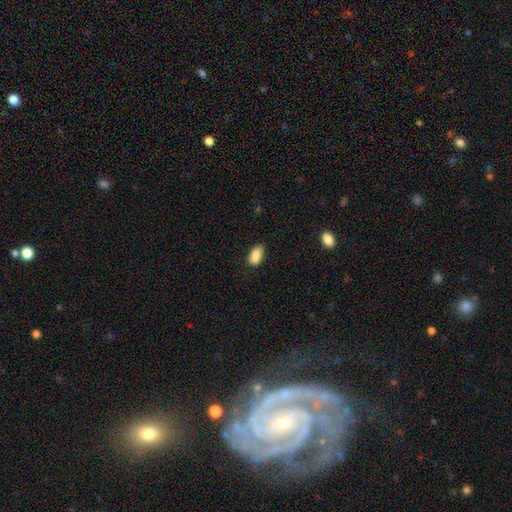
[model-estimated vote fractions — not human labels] smooth_or_featured: smooth (p=0.89) [alt: star or artifact p=0.07]
how_rounded: in between (p=0.93) [alt: round p=0.05]
merging: none (p=0.76) [alt: minor disturbance p=0.19]